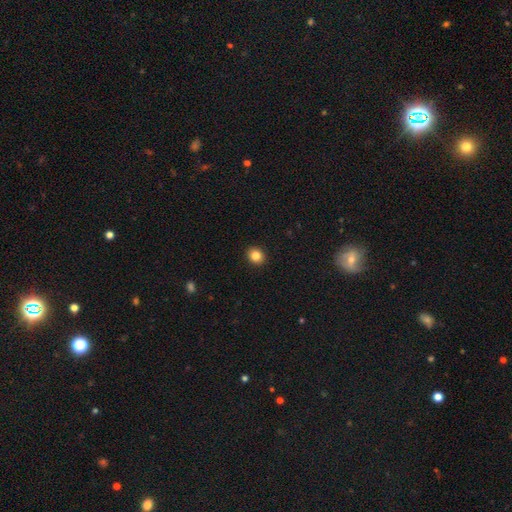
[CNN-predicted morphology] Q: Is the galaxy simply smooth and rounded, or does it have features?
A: smooth — 84%.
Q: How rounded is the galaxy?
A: round — 77%.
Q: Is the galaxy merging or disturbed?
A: none — 93%.